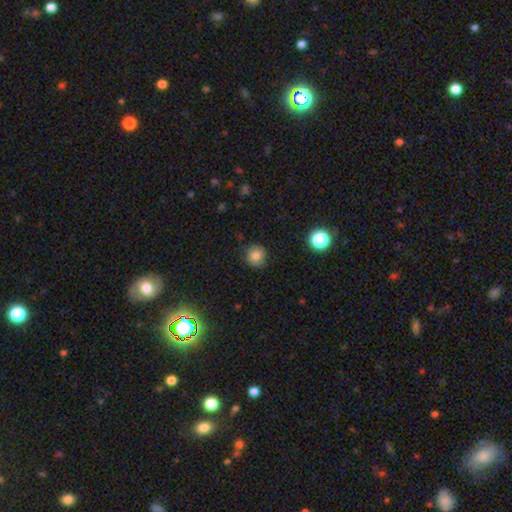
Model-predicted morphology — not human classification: Smooth or featured: smooth — 80% (star or artifact — 13%)
How rounded: round — 92% (in between — 7%)
Merging: none — 86% (minor disturbance — 10%)